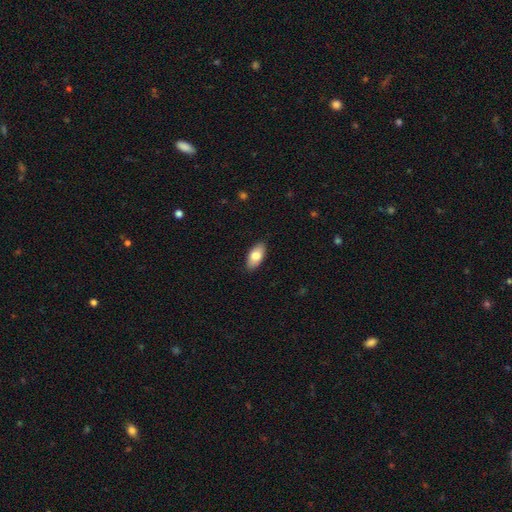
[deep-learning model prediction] The model was most divided on "smooth or featured": smooth: 79%, featured or disk: 15%, star or artifact: 6%. More confident: how rounded — in between (92%); merging — none (88%).